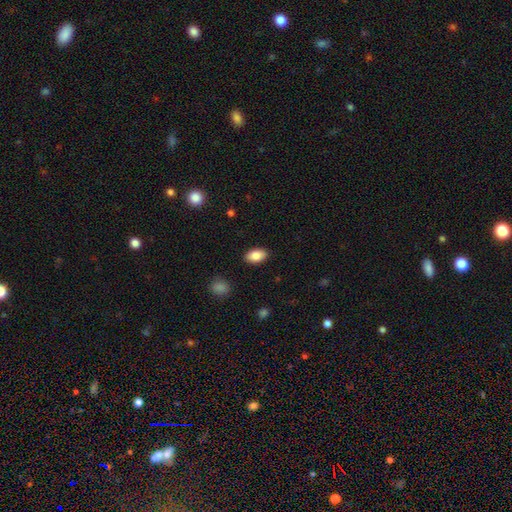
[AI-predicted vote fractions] A smooth galaxy with no disk features (85%) that is in between round and cigar-shaped (92%).

Vote fractions:
- Smooth or featured? smooth: 85% / featured or disk: 8% / star or artifact: 7%
- How rounded? in between: 92% / round: 7% / cigar-shaped: 2%
- Merging? none: 89% / minor disturbance: 8% / major disturbance: 2% / merger: 1%